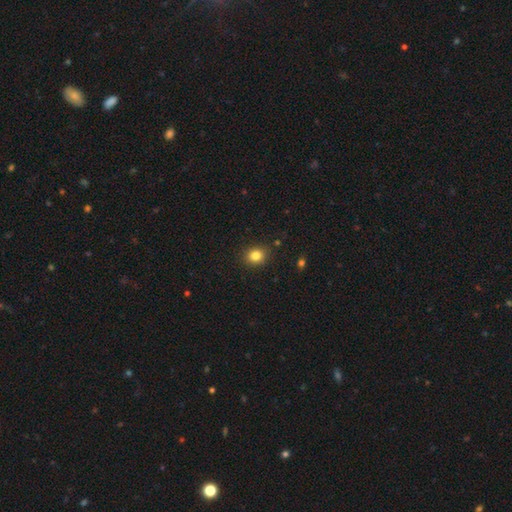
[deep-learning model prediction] smooth-or-featured: smooth: 83% | star or artifact: 12% | featured or disk: 5%
  how-rounded: round: 68% | in between: 31% | cigar-shaped: 1%
  merging: none: 89% | minor disturbance: 8% | major disturbance: 2% | merger: 1%